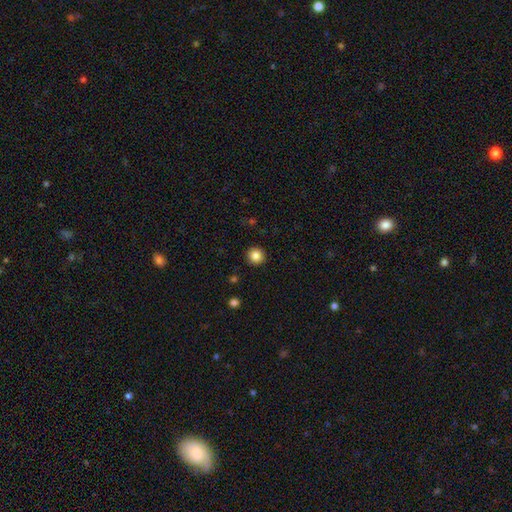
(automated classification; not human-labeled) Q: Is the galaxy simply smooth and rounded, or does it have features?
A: smooth — 85%.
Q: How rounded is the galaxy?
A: round — 95%.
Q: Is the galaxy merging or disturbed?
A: none — 93%.